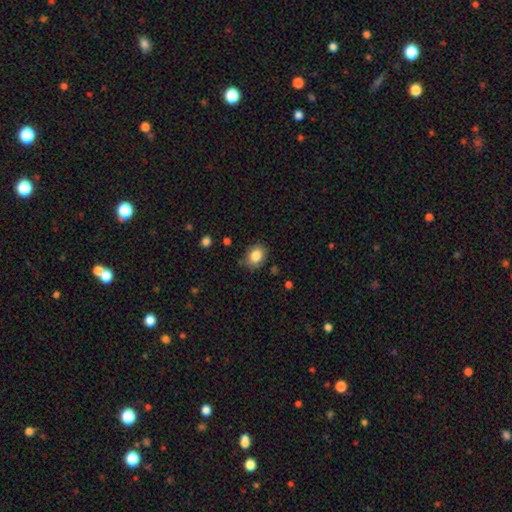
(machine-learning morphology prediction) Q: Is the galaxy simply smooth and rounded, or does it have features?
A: smooth — 85%.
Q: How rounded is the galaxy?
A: in between — 53%.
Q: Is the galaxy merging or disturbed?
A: none — 81%.